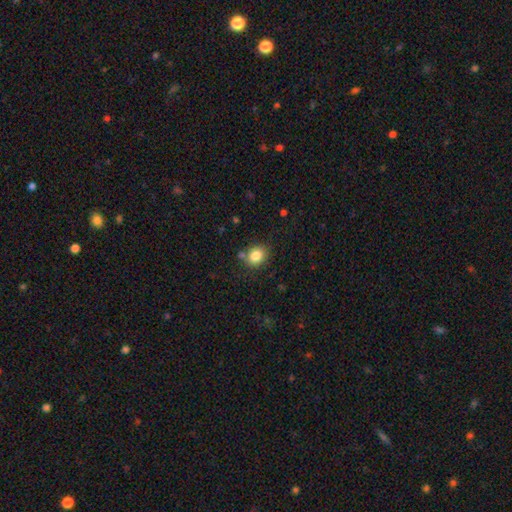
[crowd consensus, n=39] A smooth galaxy with no disk features (87%) that is round (62%).

Vote fractions:
- Smooth or featured? smooth: 87% / featured or disk: 8% / star or artifact: 5%
- How rounded? round: 62% / in between: 38% / cigar-shaped: 0%
- Merging? none: 81% / minor disturbance: 16% / merger: 3% / major disturbance: 0%